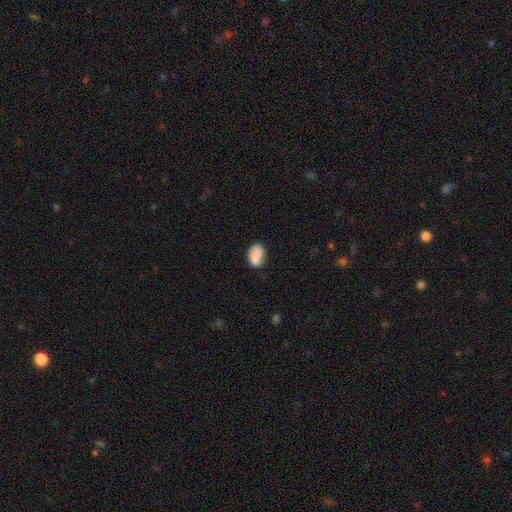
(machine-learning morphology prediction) Smooth or featured? Predicted: smooth (p=0.80). How rounded? Predicted: in between (p=0.82). Merging? Predicted: none (p=0.55).